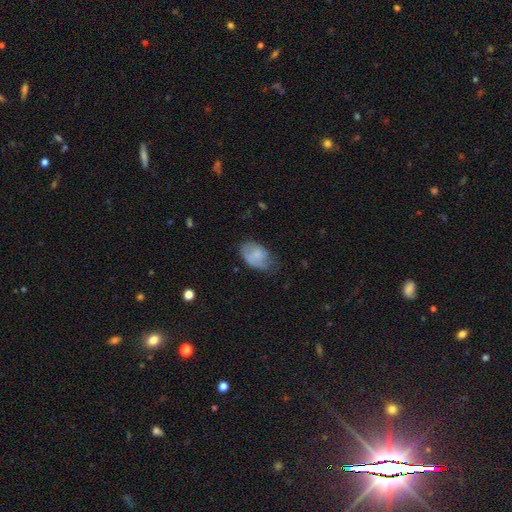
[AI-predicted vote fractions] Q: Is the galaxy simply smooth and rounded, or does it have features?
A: smooth — 67%.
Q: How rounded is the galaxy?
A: in between — 88%.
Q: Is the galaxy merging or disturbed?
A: none — 48%.